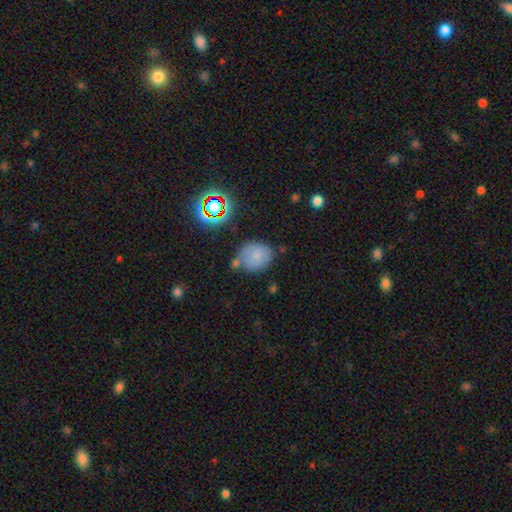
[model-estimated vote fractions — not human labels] The model was most divided on "how rounded": round: 66%, in between: 32%, cigar-shaped: 1%. More confident: smooth or featured — smooth (74%); merging — none (61%).